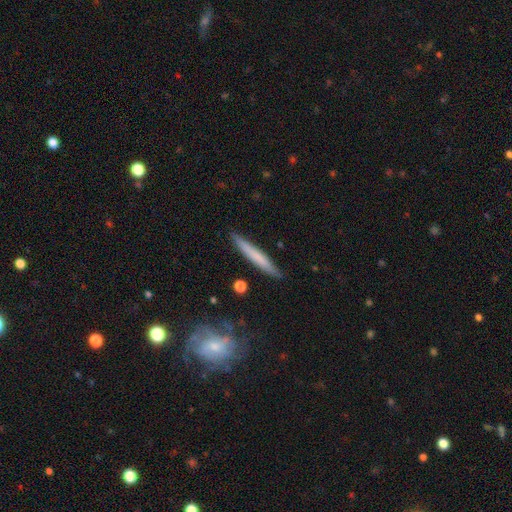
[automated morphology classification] The model was most divided on "smooth or featured": smooth: 61%, featured or disk: 33%, star or artifact: 6%. More confident: how rounded — cigar-shaped (95%); merging — none (87%).